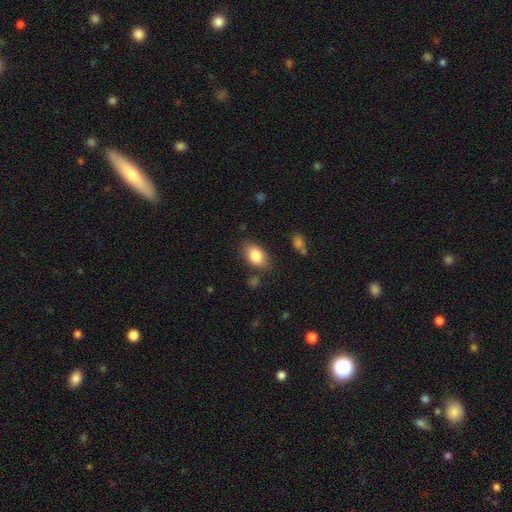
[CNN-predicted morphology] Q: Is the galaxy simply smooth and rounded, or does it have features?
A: smooth — 84%.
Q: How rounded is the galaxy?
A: in between — 88%.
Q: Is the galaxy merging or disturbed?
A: none — 79%.